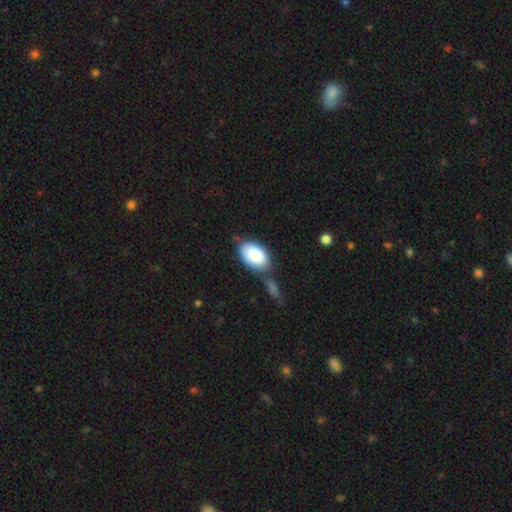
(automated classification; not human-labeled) Overall: smooth (87%). How rounded: in between (94%). Merging: none (49%; minor disturbance 22%).